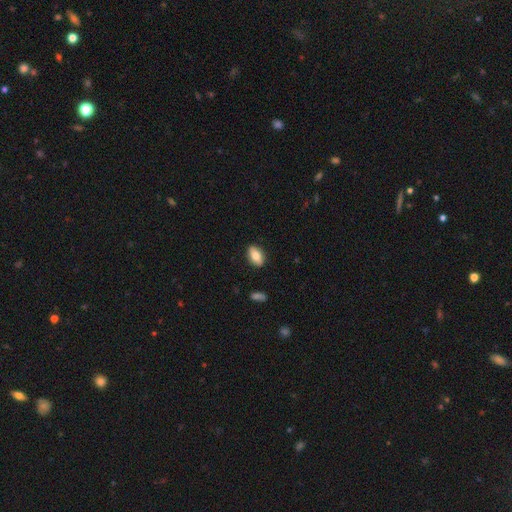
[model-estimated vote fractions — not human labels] Smooth or featured? smooth (77%)
How rounded? in between (88%)
Merging? none (87%)